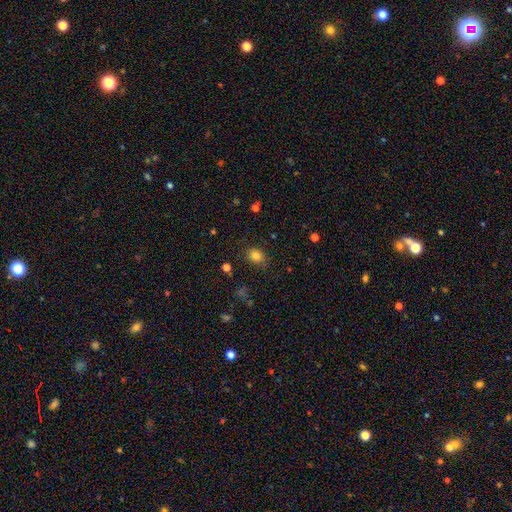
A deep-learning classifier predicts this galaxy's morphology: This appears to be a smooth galaxy with no disk features (82%) that is in between round and cigar-shaped (50%). Merging: none (82%).